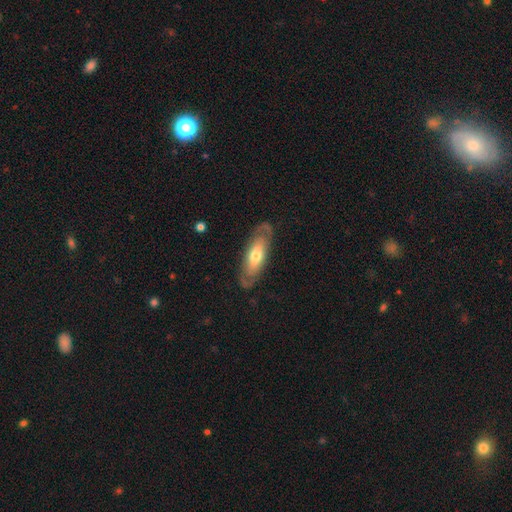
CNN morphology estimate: Smooth or featured: featured or disk — 55% (smooth — 40%)
Edge-on disk: no — 76% (yes — 24%)
Merging: none — 77% (minor disturbance — 15%)